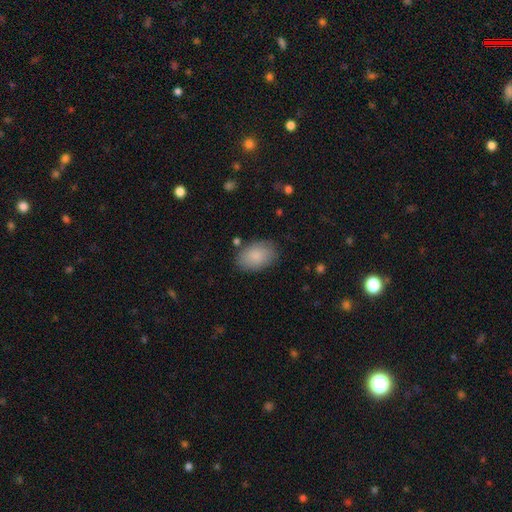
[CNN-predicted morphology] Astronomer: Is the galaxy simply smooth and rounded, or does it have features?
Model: smooth — 86%.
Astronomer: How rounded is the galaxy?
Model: in between — 90%.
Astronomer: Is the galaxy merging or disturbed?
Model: none — 81%.